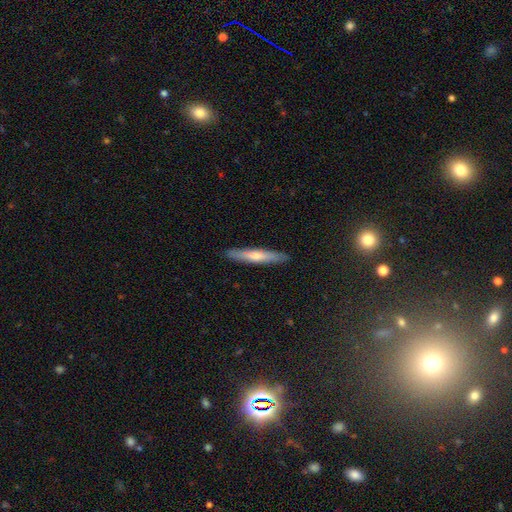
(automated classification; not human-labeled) Smooth or featured? featured or disk (48%)
Merging? none (91%)